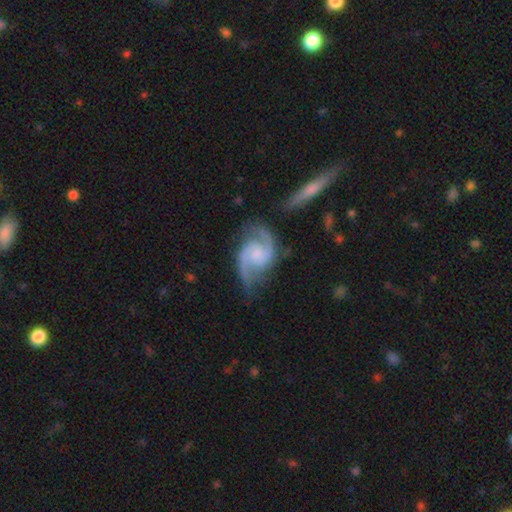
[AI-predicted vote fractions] Smooth or featured: featured or disk — 93% (smooth — 4%)
Edge-on disk: no — 98% (yes — 2%)
Bar: no — 56% (weak — 37%)
Spiral arms: yes — 98% (no — 2%)
Spiral winding: medium — 60% (tight — 25%)
Spiral arm count: 2 — 92% (3 — 2%)
Bulge size: small — 48% (moderate — 29%)
Merging: none — 71% (minor disturbance — 19%)